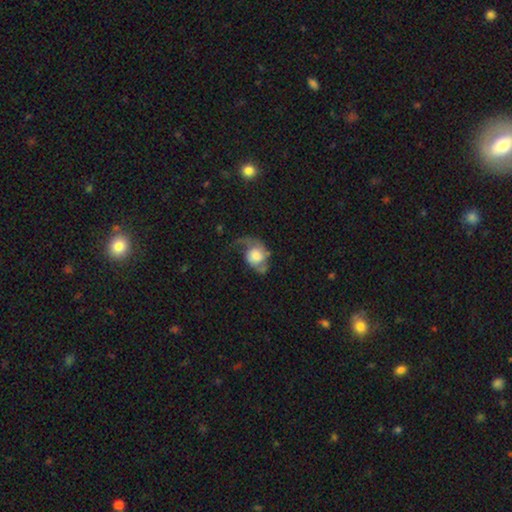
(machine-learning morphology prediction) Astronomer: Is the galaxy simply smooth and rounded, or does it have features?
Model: featured or disk — 61%.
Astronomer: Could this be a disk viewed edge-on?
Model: no — 97%.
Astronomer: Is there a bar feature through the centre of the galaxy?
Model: no — 74%.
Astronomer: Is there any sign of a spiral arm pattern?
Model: yes — 87%.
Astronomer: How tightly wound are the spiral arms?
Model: loose — 57% (runner-up: medium, 32%).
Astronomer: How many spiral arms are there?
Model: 2 — 61%.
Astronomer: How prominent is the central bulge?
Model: large — 37% (runner-up: moderate, 29%).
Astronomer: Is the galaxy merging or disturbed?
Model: none — 37%, tied with major disturbance at 37%.